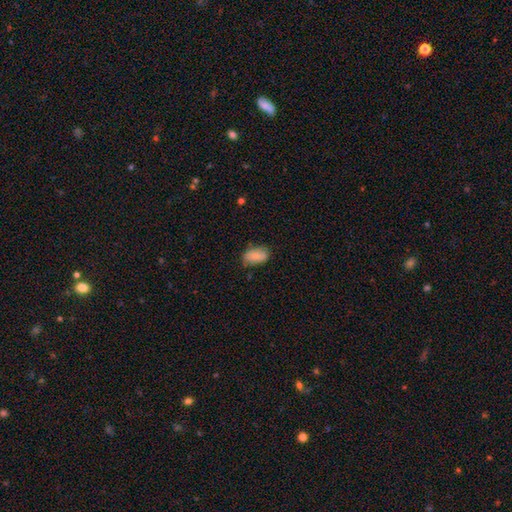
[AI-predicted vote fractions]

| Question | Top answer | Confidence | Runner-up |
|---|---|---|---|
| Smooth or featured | smooth | 85% | featured or disk (8%) |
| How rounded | in between | 92% | round (5%) |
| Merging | none | 72% | minor disturbance (21%) |